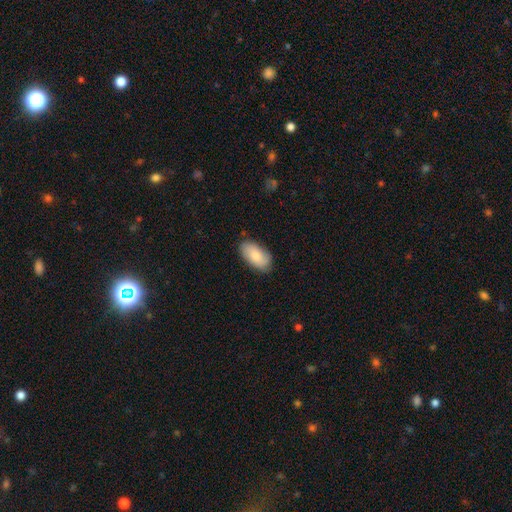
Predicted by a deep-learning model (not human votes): Q: Smooth or featured?
A: smooth (80%); runner-up: featured or disk (14%)
Q: How rounded?
A: in between (95%); runner-up: cigar-shaped (3%)
Q: Merging?
A: none (82%); runner-up: minor disturbance (14%)